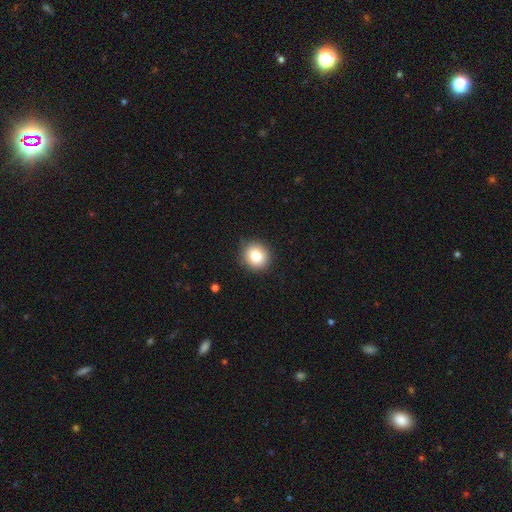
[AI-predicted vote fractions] Morphology: type=smooth (79%); roundness=round (90%); merging=none (90%).